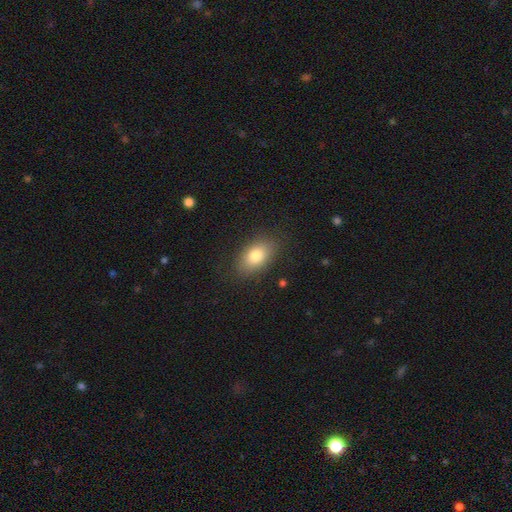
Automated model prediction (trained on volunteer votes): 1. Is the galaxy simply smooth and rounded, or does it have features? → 80% smooth, 12% featured or disk, 8% star or artifact.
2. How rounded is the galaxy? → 88% in between, 10% round, 2% cigar-shaped.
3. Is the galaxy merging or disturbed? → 84% none, 11% minor disturbance, 4% major disturbance, 1% merger.